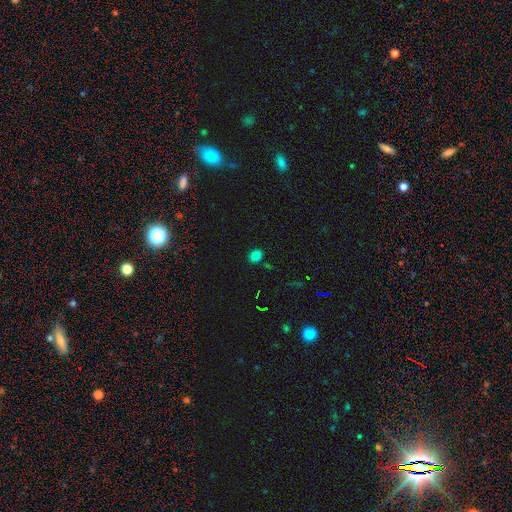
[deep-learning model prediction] Smooth or featured: smooth — 80% (star or artifact — 15%)
How rounded: round — 50% (in between — 49%)
Merging: none — 85% (minor disturbance — 10%)